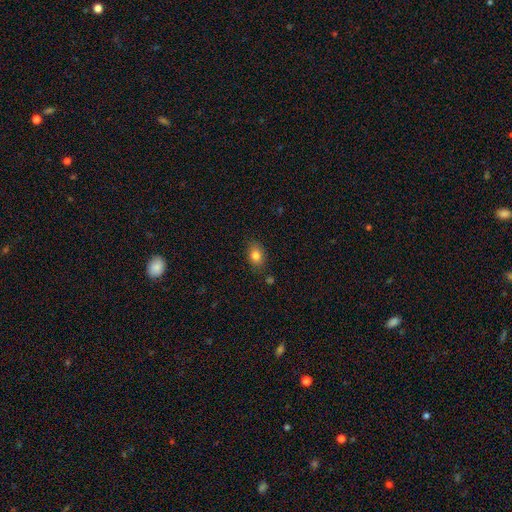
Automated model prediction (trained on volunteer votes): smooth-or-featured: smooth: 82% | star or artifact: 10% | featured or disk: 8%
  how-rounded: in between: 72% | round: 27% | cigar-shaped: 1%
  merging: none: 82% | minor disturbance: 13% | major disturbance: 3% | merger: 2%